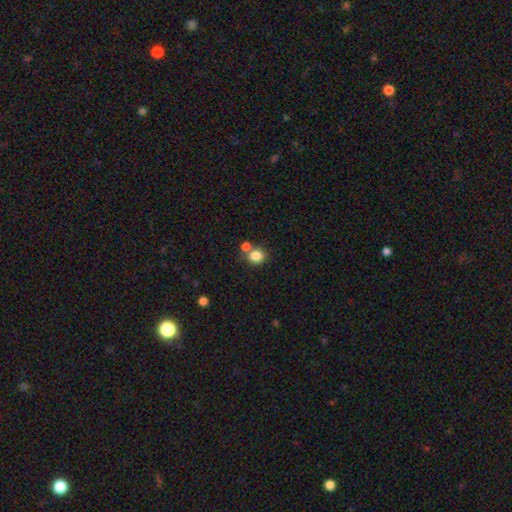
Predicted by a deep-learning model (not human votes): This is clearly a smooth galaxy (83%). How rounded: likely round (78%). Merging: possibly none (59%).